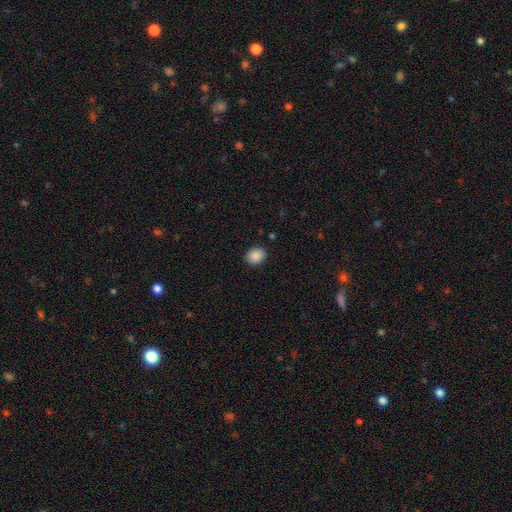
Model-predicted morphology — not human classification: Smooth or featured?
  - smooth: 88% *
  - star or artifact: 8%
  - featured or disk: 4%
How rounded?
  - round: 51% *
  - in between: 49%
  - cigar-shaped: 1%
Merging?
  - none: 89% *
  - minor disturbance: 8%
  - major disturbance: 2%
  - merger: 1%